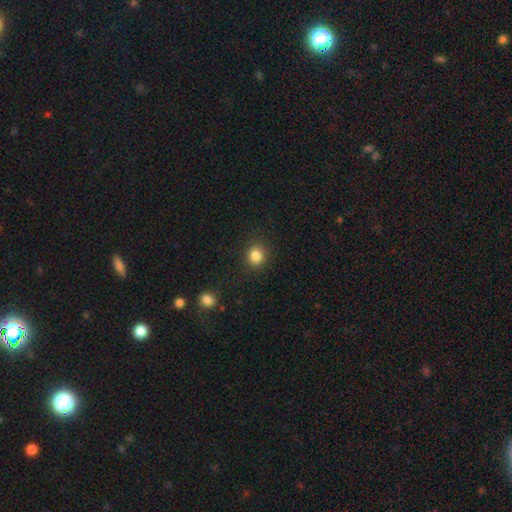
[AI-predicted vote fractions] This is clearly a smooth galaxy (85%). How rounded: likely round (79%). Merging: clearly none (88%).